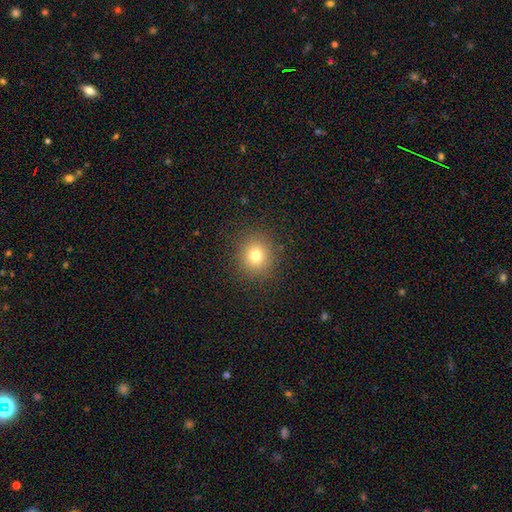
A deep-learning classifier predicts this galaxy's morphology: This appears to be a smooth galaxy with no disk features (76%) that is round (90%). Merging: none (90%).